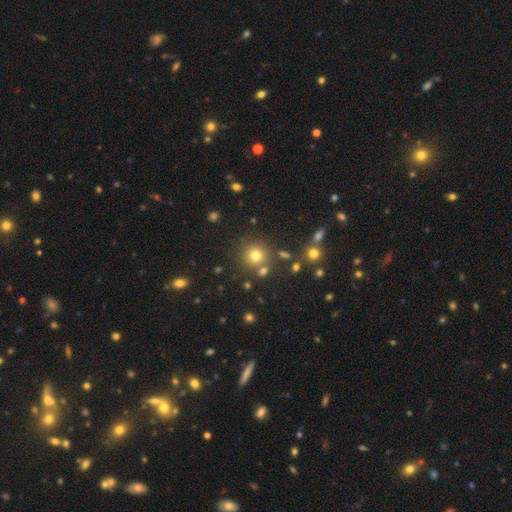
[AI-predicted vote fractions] Smooth or featured?
  - smooth: 76% *
  - star or artifact: 16%
  - featured or disk: 8%
How rounded?
  - round: 93% *
  - in between: 6%
  - cigar-shaped: 1%
Merging?
  - none: 80% *
  - merger: 8%
  - minor disturbance: 8%
  - major disturbance: 3%